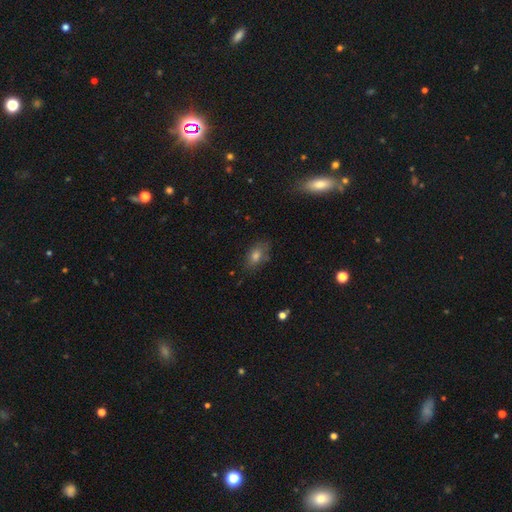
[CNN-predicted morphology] This is likely a smooth galaxy (67%). How rounded: clearly in between (81%). Merging: likely none (75%).